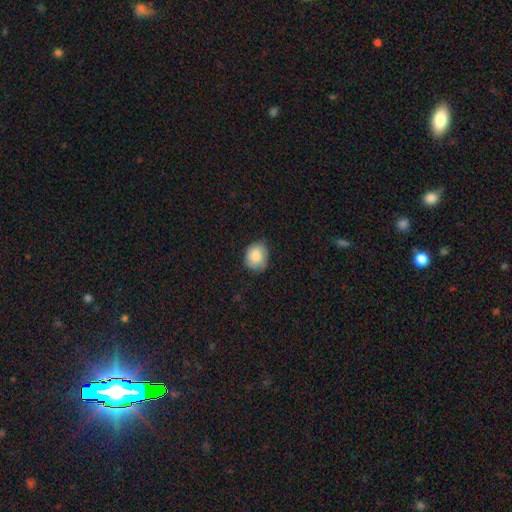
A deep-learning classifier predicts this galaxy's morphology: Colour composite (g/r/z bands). It shows a smooth galaxy with no disk features (84%) that is round (57%). Merging: none (71%).